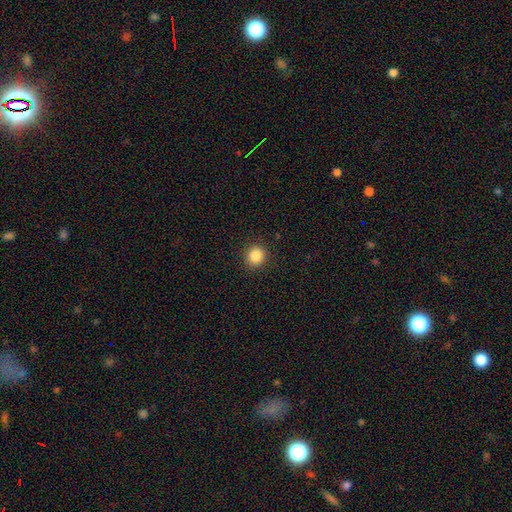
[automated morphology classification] Q: Smooth or featured?
A: smooth (86%); runner-up: star or artifact (10%)
Q: How rounded?
A: round (87%); runner-up: in between (12%)
Q: Merging?
A: none (91%); runner-up: minor disturbance (6%)